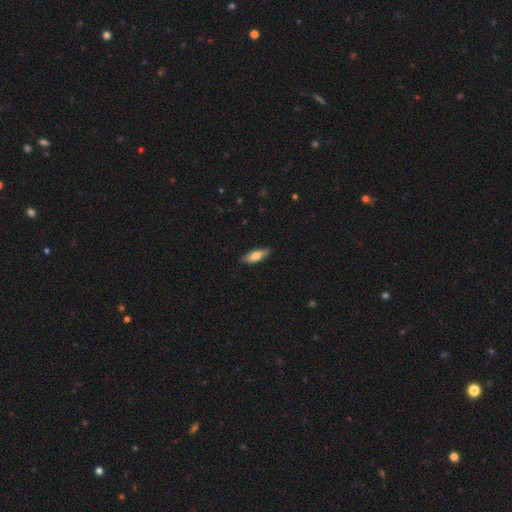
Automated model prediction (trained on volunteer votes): The model was most divided on "how rounded": in between: 68%, cigar-shaped: 30%, round: 2%. More confident: merging — none (84%); smooth or featured — smooth (74%).